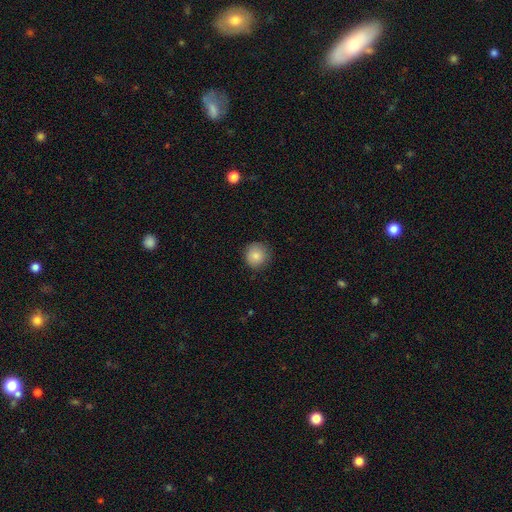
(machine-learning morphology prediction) Overall: smooth (84%). How rounded: round (93%). Merging: none (86%).